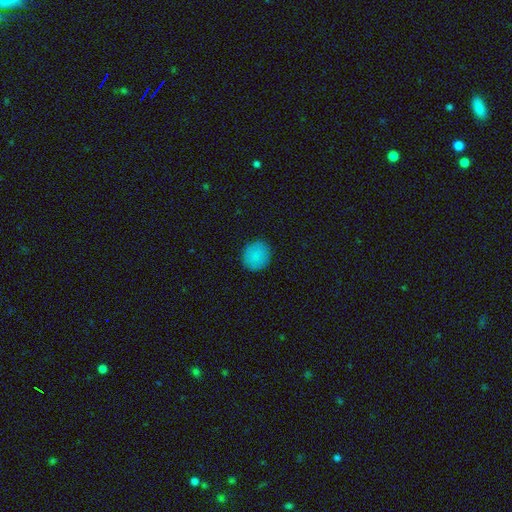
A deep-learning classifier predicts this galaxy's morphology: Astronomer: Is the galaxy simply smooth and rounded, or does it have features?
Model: smooth — 86%.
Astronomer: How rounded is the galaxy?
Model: round — 87%.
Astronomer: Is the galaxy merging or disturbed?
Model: none — 90%.